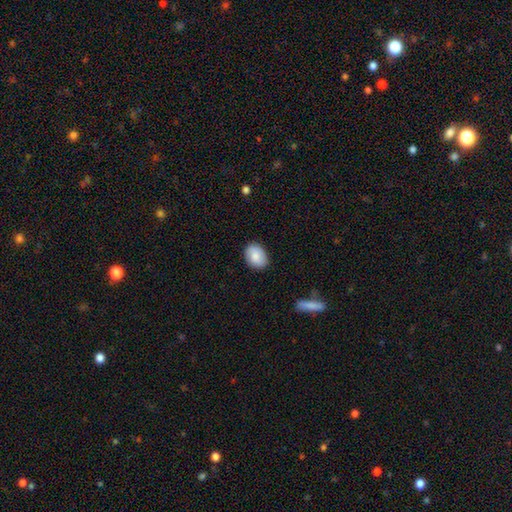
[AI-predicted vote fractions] Morphology: type=smooth (84%); roundness=in between (69%); merging=none (87%).